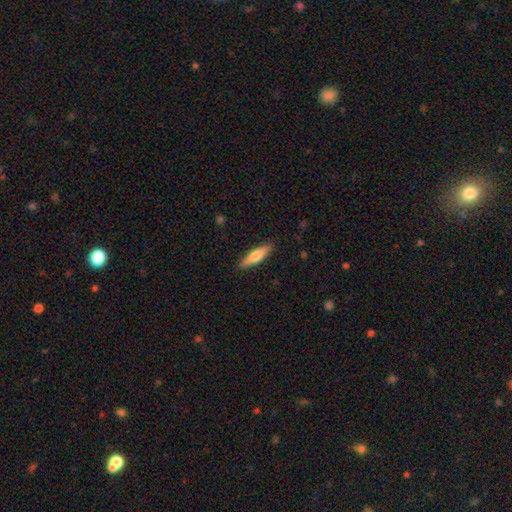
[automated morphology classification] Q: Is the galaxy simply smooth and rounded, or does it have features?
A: smooth — 63%.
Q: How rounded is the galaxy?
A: cigar-shaped — 73%.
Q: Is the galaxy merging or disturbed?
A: none — 89%.